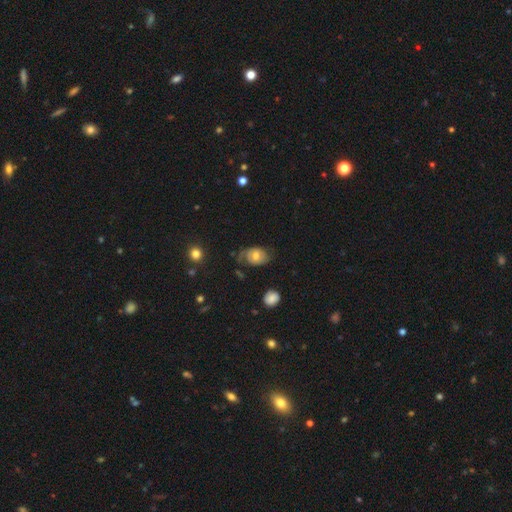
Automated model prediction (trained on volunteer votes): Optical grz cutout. It shows a featured or disk galaxy (52%). Merging: none (49%).